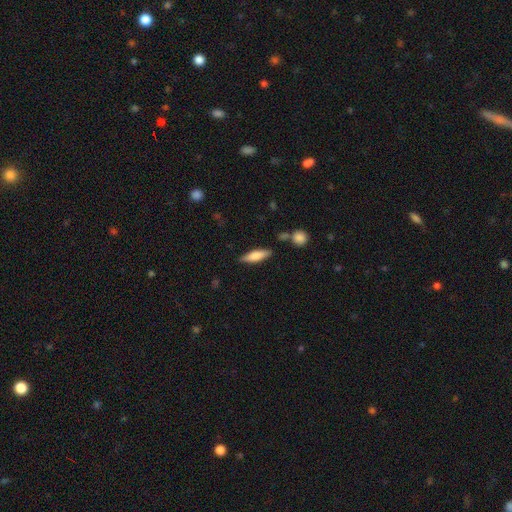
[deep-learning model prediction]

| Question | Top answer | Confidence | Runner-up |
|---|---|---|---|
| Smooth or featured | smooth | 69% | featured or disk (25%) |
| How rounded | cigar-shaped | 58% | in between (40%) |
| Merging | none | 83% | minor disturbance (11%) |